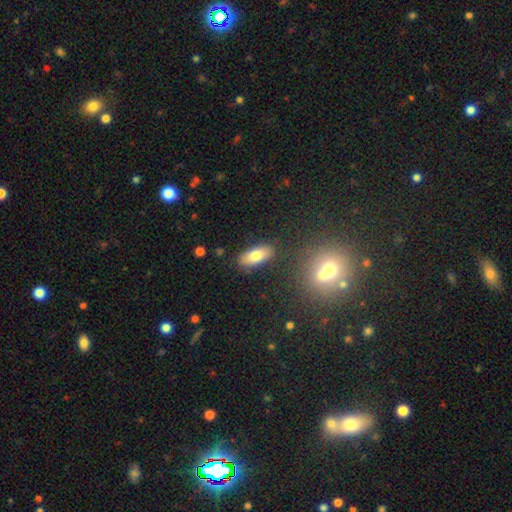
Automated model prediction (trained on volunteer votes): smooth 77%, featured or disk 15%, star or artifact 8%. Down the decision tree: how rounded — in between (84%); merging — none (85%).